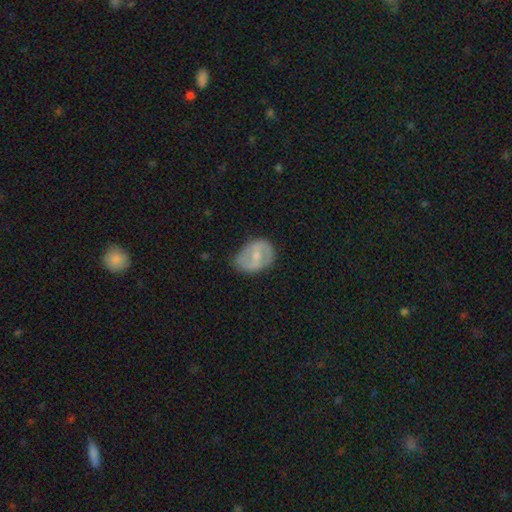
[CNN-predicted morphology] This appears to be a featured or disk galaxy (58%) with a weak bar (45%), spiral arms (57%) and a small central bulge (54%). Merging: none (64%).